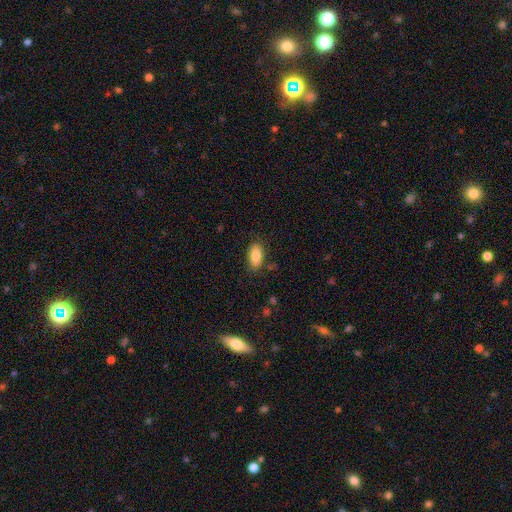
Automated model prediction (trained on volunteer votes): smooth 83%, featured or disk 10%, star or artifact 7%. Down the decision tree: how rounded — in between (91%); merging — none (82%).